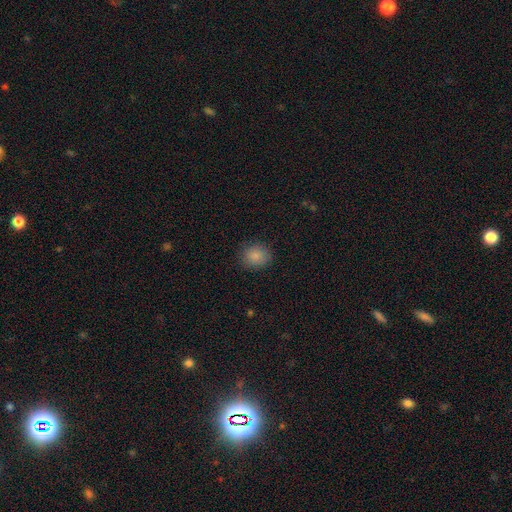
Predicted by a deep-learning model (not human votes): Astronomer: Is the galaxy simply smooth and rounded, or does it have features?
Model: smooth — 86%.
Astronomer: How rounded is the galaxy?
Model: round — 72%.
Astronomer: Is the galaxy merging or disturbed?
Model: none — 85%.